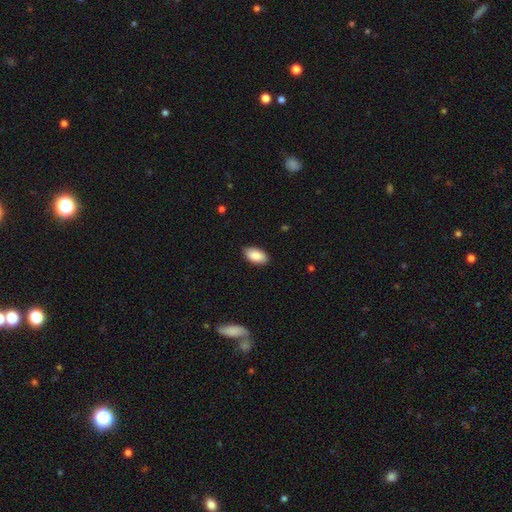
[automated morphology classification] Smooth or featured? smooth (87%)
How rounded? in between (95%)
Merging? none (87%)